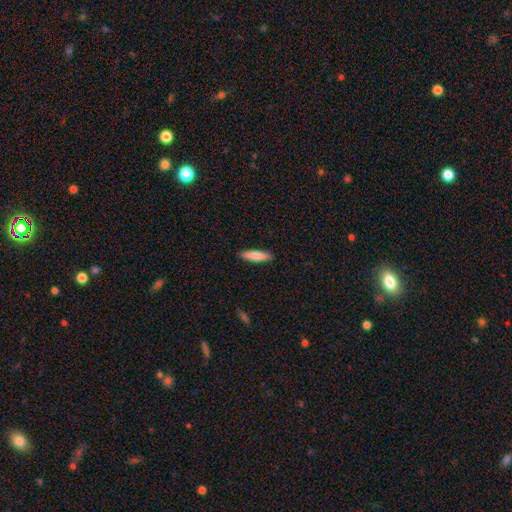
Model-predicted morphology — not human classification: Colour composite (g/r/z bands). It shows a smooth galaxy with no disk features (80%) that is cigar-shaped (72%). Merging: none (90%).